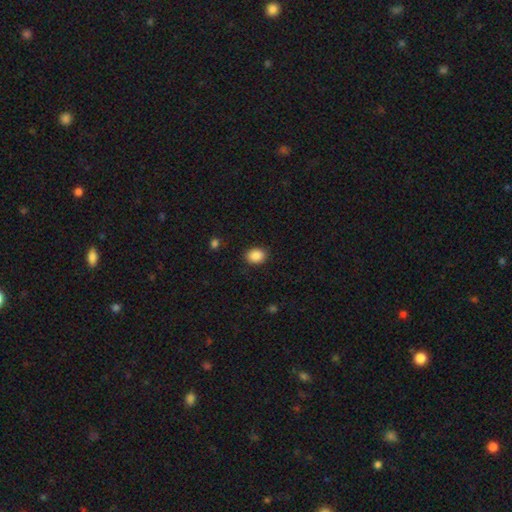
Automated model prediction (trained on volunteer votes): Morphology: type=smooth (88%); roundness=in between (59%); merging=none (89%).